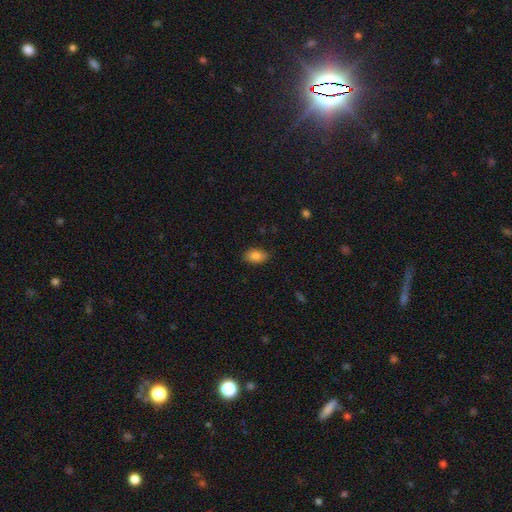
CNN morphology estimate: This appears to be a smooth galaxy with no disk features (84%) that is in between round and cigar-shaped (89%). Merging: none (86%).